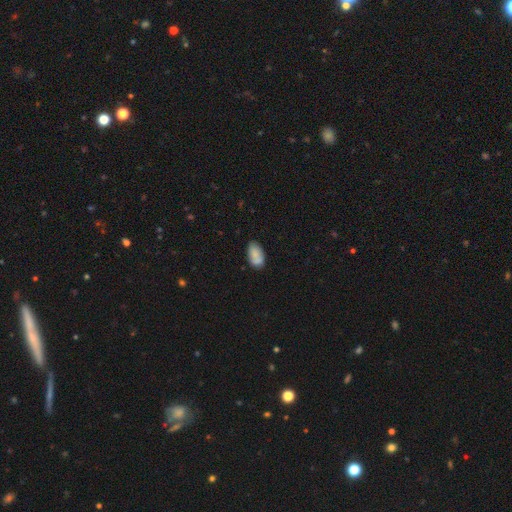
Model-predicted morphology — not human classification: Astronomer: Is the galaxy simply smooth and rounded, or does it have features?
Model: smooth — 74%.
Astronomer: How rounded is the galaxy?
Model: in between — 93%.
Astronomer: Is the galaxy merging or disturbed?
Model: none — 60%.